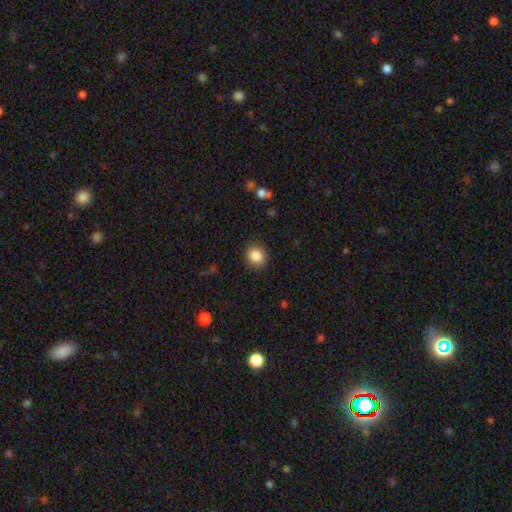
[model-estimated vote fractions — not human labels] smooth-or-featured: smooth: 86% | star or artifact: 9% | featured or disk: 5%
  how-rounded: round: 72% | in between: 27% | cigar-shaped: 1%
  merging: none: 89% | minor disturbance: 8% | major disturbance: 2% | merger: 1%